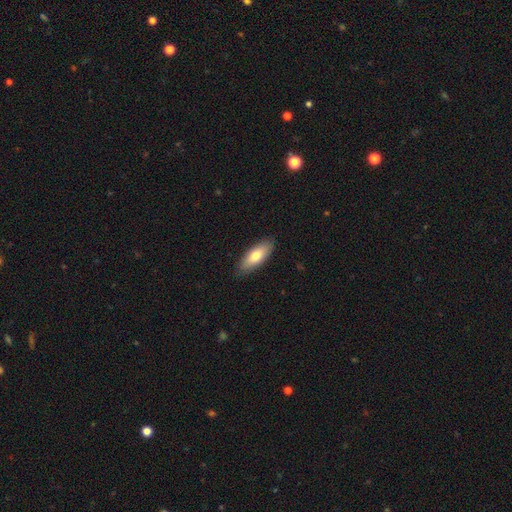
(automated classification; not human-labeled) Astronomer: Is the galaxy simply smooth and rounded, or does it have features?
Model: smooth — 74%.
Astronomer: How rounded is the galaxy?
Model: in between — 74%.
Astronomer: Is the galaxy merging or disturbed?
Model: none — 87%.